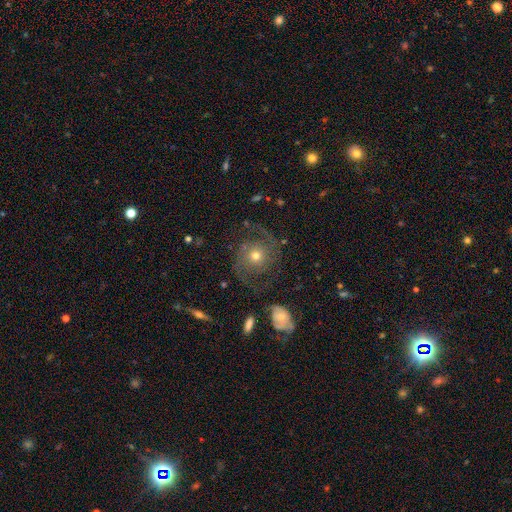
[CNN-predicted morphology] A featured or disk galaxy (79%) with no bar (78%), 2 (88%) medium (50%) spiral arms (94%) and a moderate central bulge (55%). Merging: none (70%).